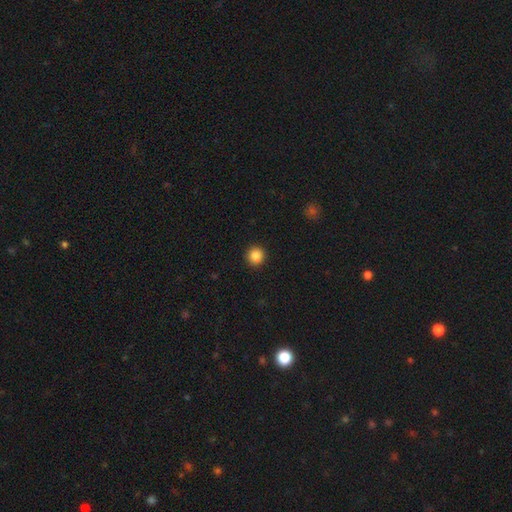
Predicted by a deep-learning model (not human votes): Overall: smooth (86%). How rounded: round (94%). Merging: none (92%).